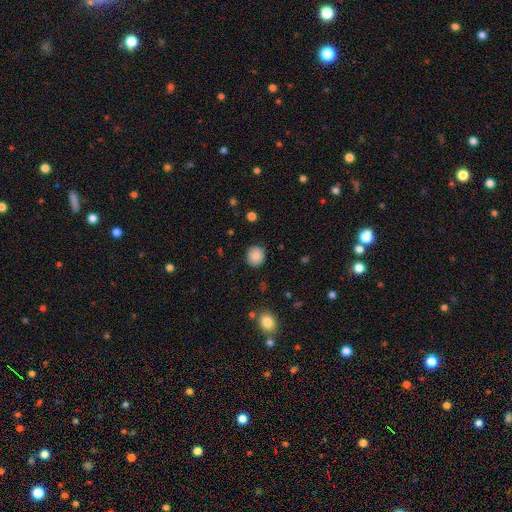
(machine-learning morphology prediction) Smooth or featured?
  - smooth: 88% *
  - star or artifact: 8%
  - featured or disk: 4%
How rounded?
  - round: 85% *
  - in between: 14%
  - cigar-shaped: 1%
Merging?
  - none: 88% *
  - minor disturbance: 9%
  - major disturbance: 2%
  - merger: 1%